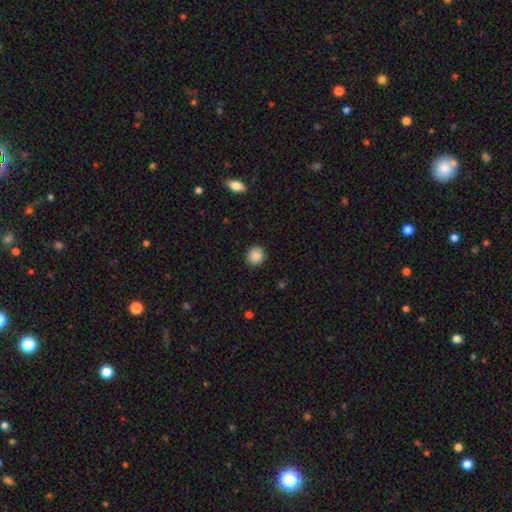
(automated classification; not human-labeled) This appears to be a smooth galaxy with no disk features (88%) that is round (88%). Merging: none (91%).